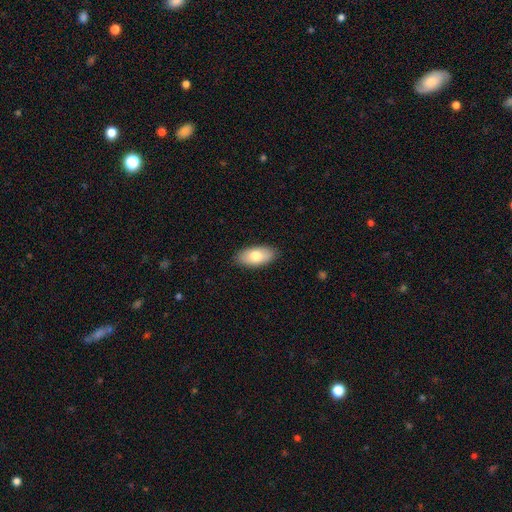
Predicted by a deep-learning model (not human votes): This appears to be a smooth galaxy with no disk features (76%) that is in between round and cigar-shaped (92%). Merging: none (88%).